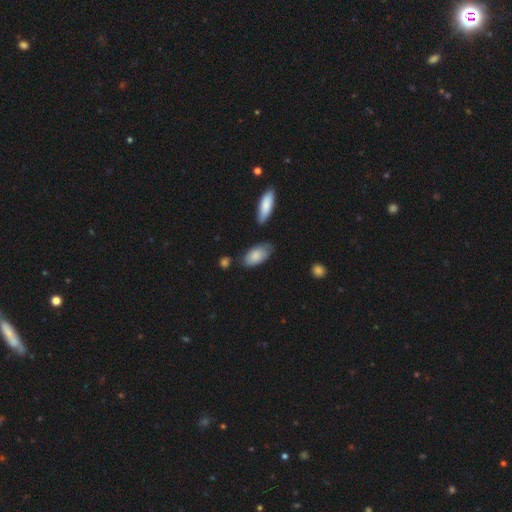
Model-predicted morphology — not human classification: Smooth or featured? smooth (80%)
How rounded? in between (92%)
Merging? none (61%)